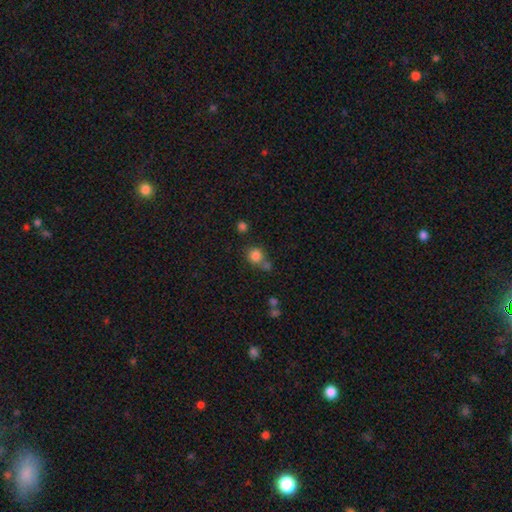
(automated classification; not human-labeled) A smooth galaxy with no disk features (81%) that is round (88%).

Vote fractions:
- Smooth or featured? smooth: 81% / star or artifact: 13% / featured or disk: 6%
- How rounded? round: 88% / in between: 11% / cigar-shaped: 1%
- Merging? none: 59% / merger: 25% / minor disturbance: 11% / major disturbance: 5%